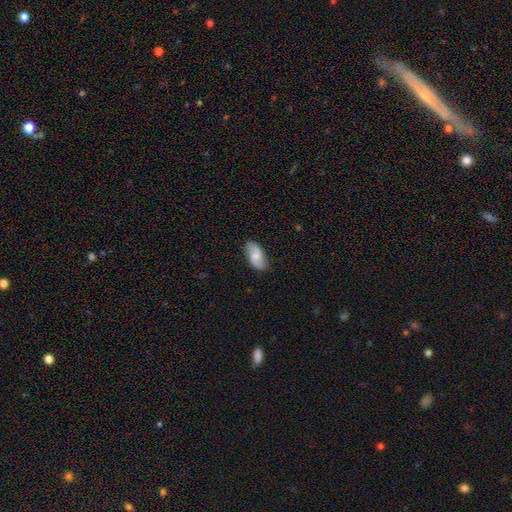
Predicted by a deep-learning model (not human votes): Smooth or featured? featured or disk (50%)
Merging? none (81%)